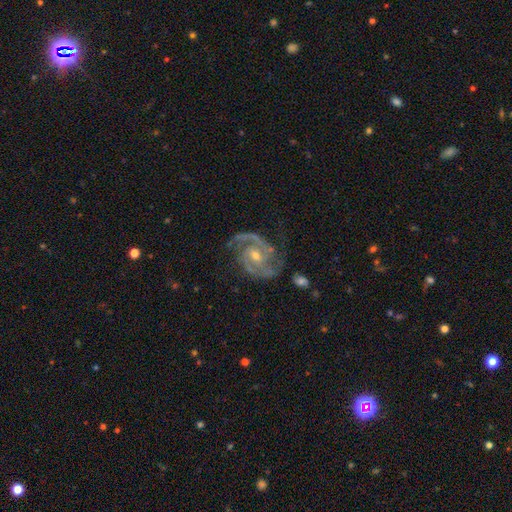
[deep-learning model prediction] Smooth or featured: featured or disk — 92% (star or artifact — 5%)
Edge-on disk: no — 98% (yes — 2%)
Bar: no — 49% (weak — 39%)
Spiral arms: yes — 98% (no — 2%)
Spiral winding: medium — 54% (tight — 35%)
Spiral arm count: 2 — 84% (3 — 8%)
Bulge size: moderate — 49% (small — 47%)
Merging: none — 74% (minor disturbance — 18%)